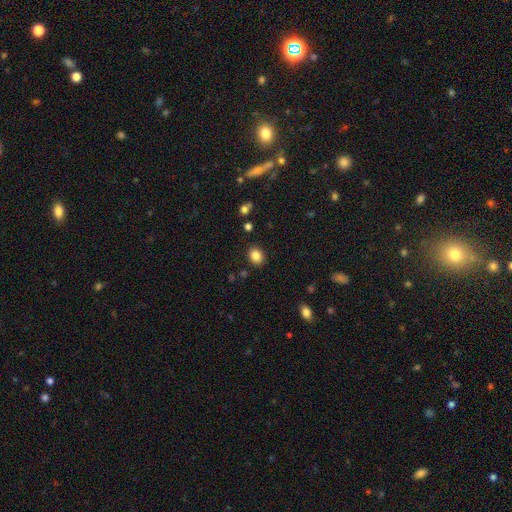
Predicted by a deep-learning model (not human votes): smooth_or_featured: smooth (p=0.84) [alt: star or artifact p=0.10]
how_rounded: round (p=0.55) [alt: in between p=0.44]
merging: none (p=0.88) [alt: minor disturbance p=0.08]